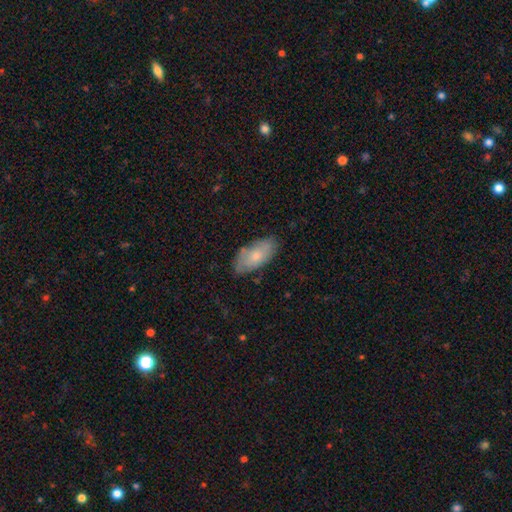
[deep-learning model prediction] Morphology: type=smooth (68%); roundness=in between (92%); merging=none (76%).